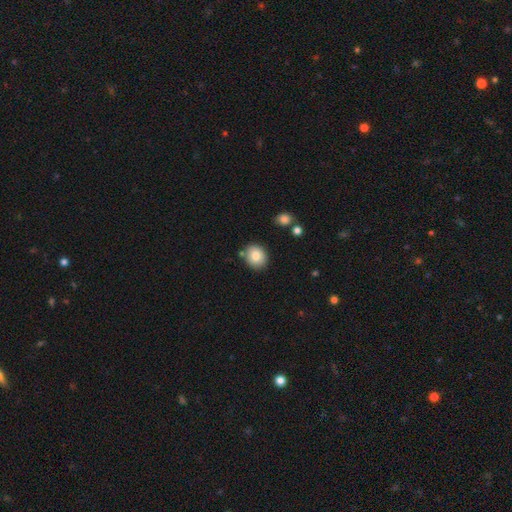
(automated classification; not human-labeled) Smooth or featured?
  - smooth: 81% *
  - featured or disk: 10%
  - star or artifact: 9%
How rounded?
  - round: 67% *
  - in between: 32%
  - cigar-shaped: 1%
Merging?
  - none: 81% *
  - minor disturbance: 11%
  - merger: 5%
  - major disturbance: 3%